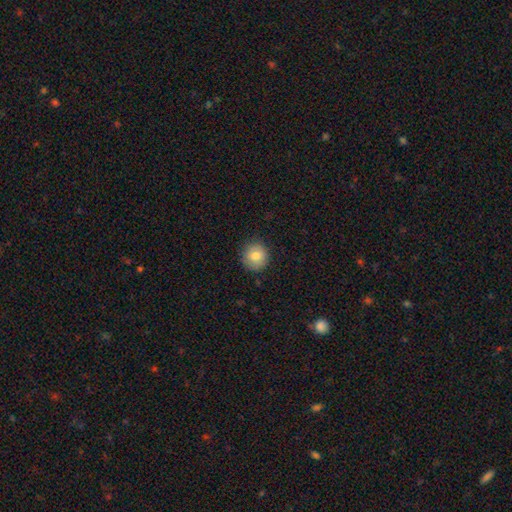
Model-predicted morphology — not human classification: A smooth galaxy with no disk features (80%) that is round (91%). Merging: none (86%).